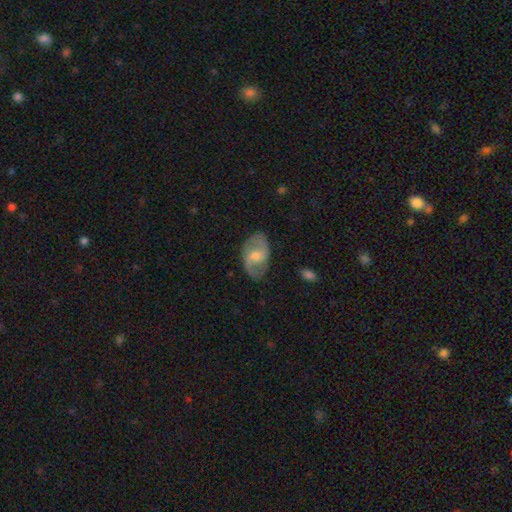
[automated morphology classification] Overall: featured or disk (68%). Edge-on disk: no (96%). Bar: weak (48%; no 41%). Spiral arms: yes (86%). Spiral arm count: 2 (86%). Spiral winding: medium (45%; loose 38%). Bulge size: moderate (57%; small 33%). Merging: none (77%).